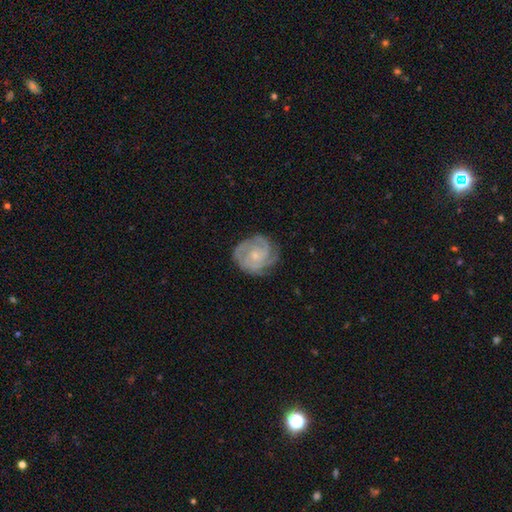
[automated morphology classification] Smooth or featured? featured or disk (82%)
Edge-on disk? no (98%)
Bar? no (77%)
Spiral arms? yes (96%)
Spiral winding? tight (68%)
Spiral arm count? 3 (38%)
Bulge size? small (71%)
Merging? none (76%)